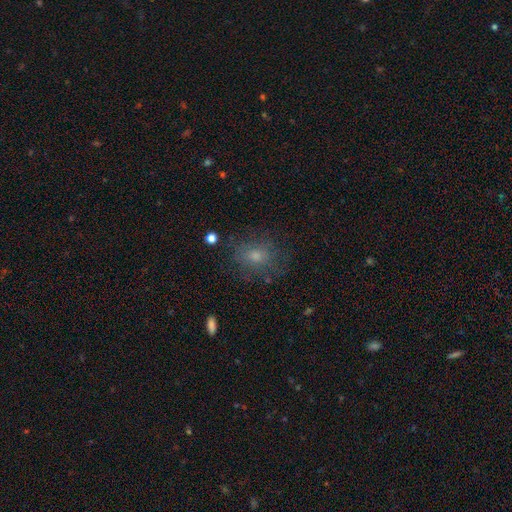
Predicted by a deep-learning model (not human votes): This is possibly a smooth galaxy (55%). How rounded: possibly round (56%). Merging: likely none (73%).